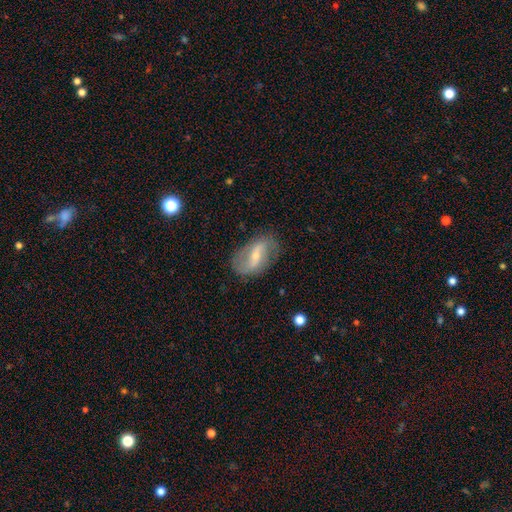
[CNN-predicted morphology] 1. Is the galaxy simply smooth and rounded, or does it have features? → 71% featured or disk, 22% smooth, 7% star or artifact.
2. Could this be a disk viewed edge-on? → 95% no, 5% yes.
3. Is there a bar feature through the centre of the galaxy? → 42% weak, 41% strong, 17% no.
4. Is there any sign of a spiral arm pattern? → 82% yes, 18% no.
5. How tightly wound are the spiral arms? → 55% loose, 32% medium, 13% tight.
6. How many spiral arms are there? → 85% 2, 9% can't tell, 4% 1, 1% 3, 1% 4, 1% more than 4.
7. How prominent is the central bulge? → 57% small, 36% moderate, 4% none, 2% large, 1% dominant.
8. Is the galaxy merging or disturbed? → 75% none, 17% minor disturbance, 7% major disturbance, 1% merger.